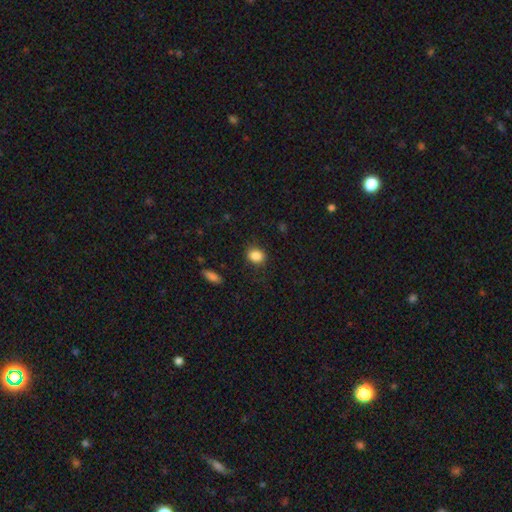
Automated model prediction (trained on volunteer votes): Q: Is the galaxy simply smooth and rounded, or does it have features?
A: smooth — 86%.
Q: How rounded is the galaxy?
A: in between — 50%.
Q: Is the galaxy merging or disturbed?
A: none — 83%.